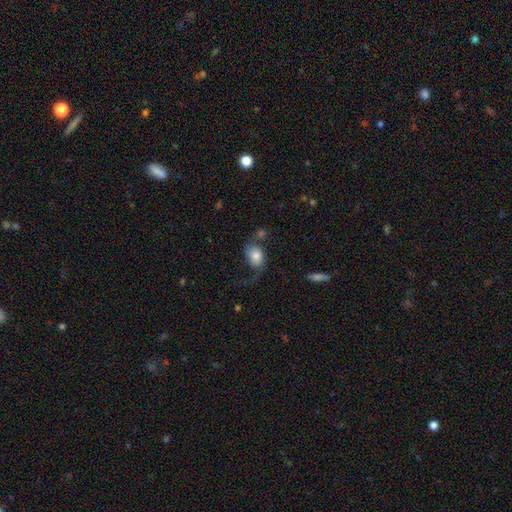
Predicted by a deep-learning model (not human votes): Smooth or featured?
  - smooth: 49% *
  - featured or disk: 42%
  - star or artifact: 9%
Merging?
  - none: 41% *
  - major disturbance: 27%
  - minor disturbance: 21%
  - merger: 11%